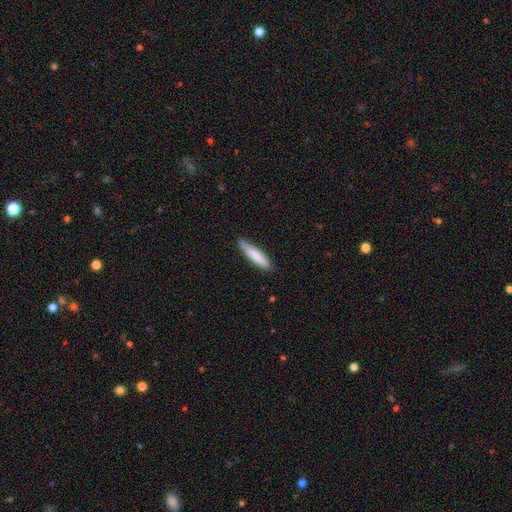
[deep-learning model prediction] The model was most divided on "merging": none: 81%, minor disturbance: 15%, major disturbance: 2%, merger: 1%. More confident: how rounded — cigar-shaped (83%); smooth or featured — smooth (82%).